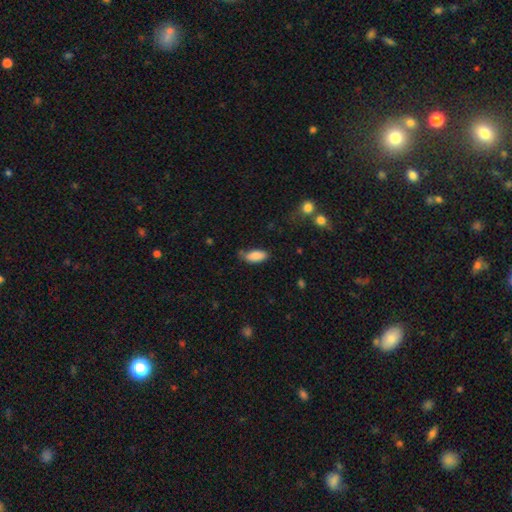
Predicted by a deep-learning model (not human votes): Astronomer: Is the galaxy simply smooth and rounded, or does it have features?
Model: smooth — 86%.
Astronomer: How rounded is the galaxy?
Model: in between — 87%.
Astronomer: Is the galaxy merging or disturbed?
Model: none — 64%.